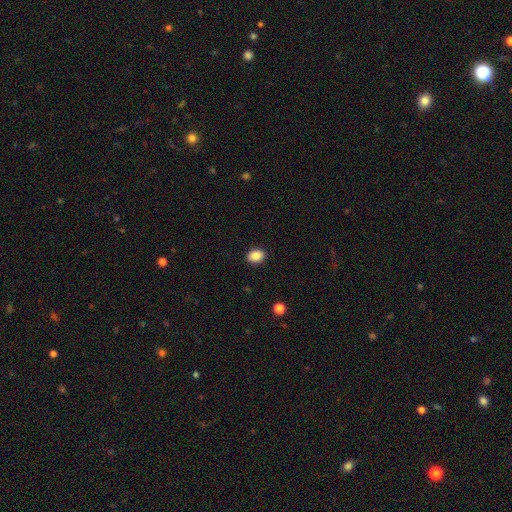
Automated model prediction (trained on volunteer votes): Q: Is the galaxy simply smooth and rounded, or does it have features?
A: smooth — 87%.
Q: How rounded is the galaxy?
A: in between — 65%.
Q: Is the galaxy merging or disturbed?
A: none — 90%.